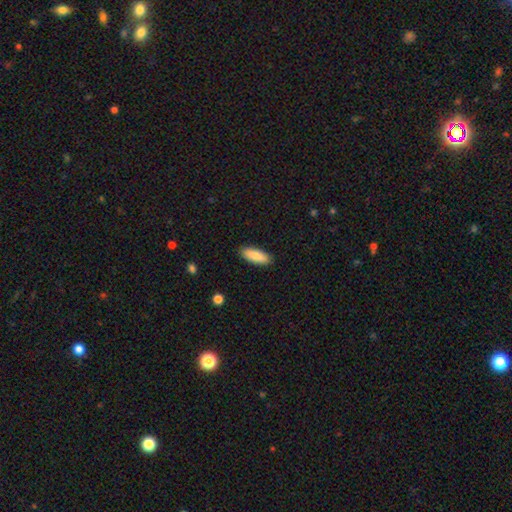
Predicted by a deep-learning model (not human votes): This appears to be a smooth galaxy with no disk features (85%) that is in between round and cigar-shaped (67%). Merging: none (90%).